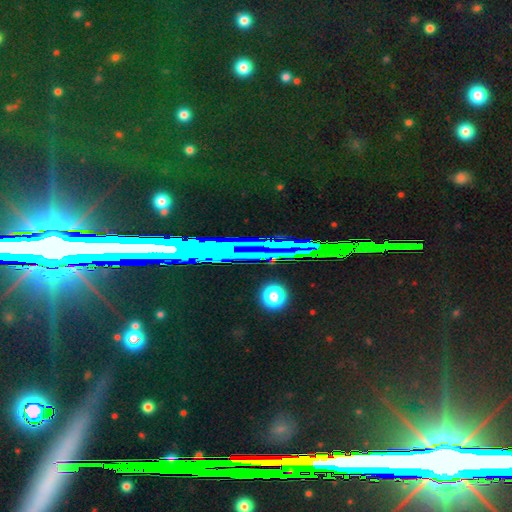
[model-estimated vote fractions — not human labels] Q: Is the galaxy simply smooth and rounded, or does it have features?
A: star or artifact — 80%.